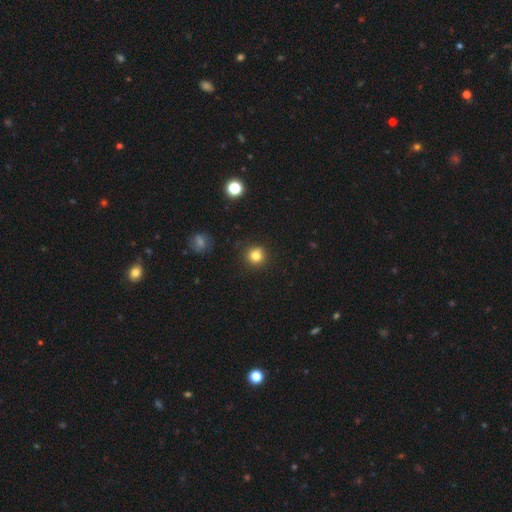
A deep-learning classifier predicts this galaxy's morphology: smooth_or_featured: smooth (p=0.81) [alt: star or artifact p=0.13]
how_rounded: round (p=0.91) [alt: in between p=0.08]
merging: none (p=0.86) [alt: minor disturbance p=0.09]